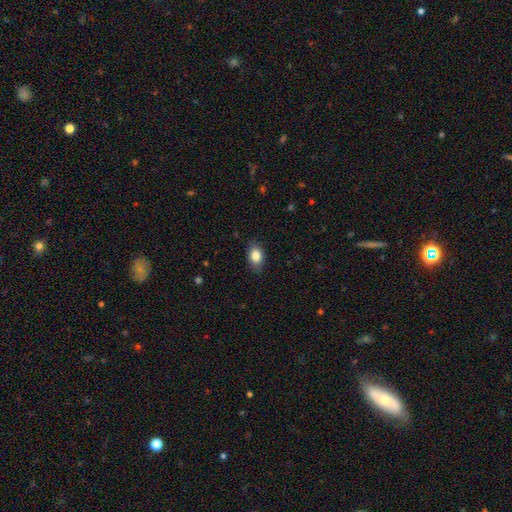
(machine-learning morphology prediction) Overall: smooth (85%). How rounded: in between (86%). Merging: none (84%).